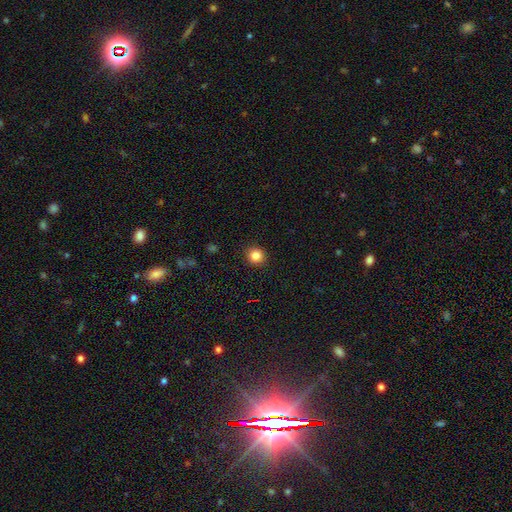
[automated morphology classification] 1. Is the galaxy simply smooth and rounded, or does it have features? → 84% smooth, 11% star or artifact, 5% featured or disk.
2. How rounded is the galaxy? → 90% round, 9% in between, 1% cigar-shaped.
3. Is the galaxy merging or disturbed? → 92% none, 5% minor disturbance, 2% major disturbance, 1% merger.